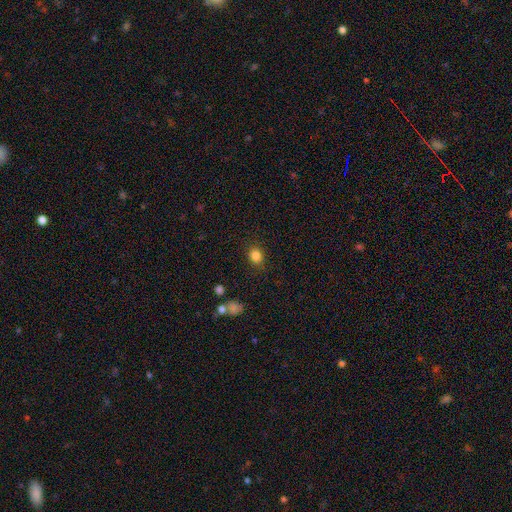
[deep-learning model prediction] Smooth or featured?
  - smooth: 84% *
  - star or artifact: 11%
  - featured or disk: 5%
How rounded?
  - round: 65% *
  - in between: 34%
  - cigar-shaped: 1%
Merging?
  - none: 86% *
  - minor disturbance: 9%
  - major disturbance: 3%
  - merger: 2%